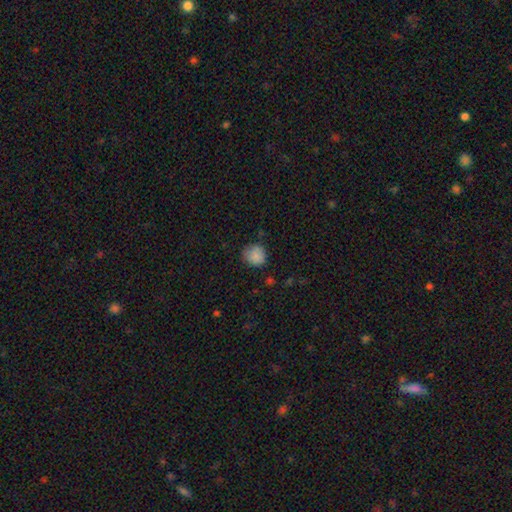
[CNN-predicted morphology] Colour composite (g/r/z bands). It shows a smooth galaxy with no disk features (85%) that is round (83%). Merging: none (74%).